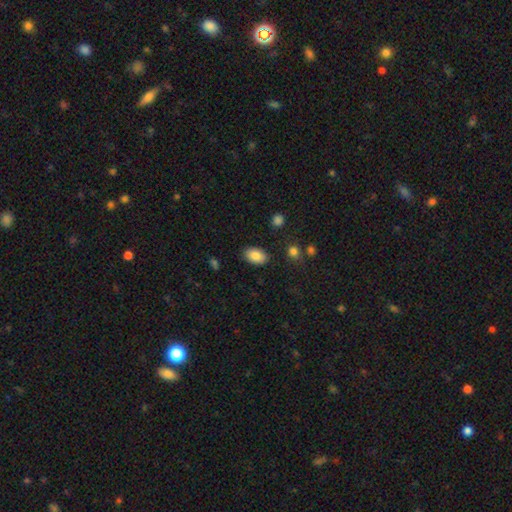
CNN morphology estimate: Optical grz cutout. It shows a smooth galaxy with no disk features (87%) that is in between round and cigar-shaped (91%). Merging: none (86%).